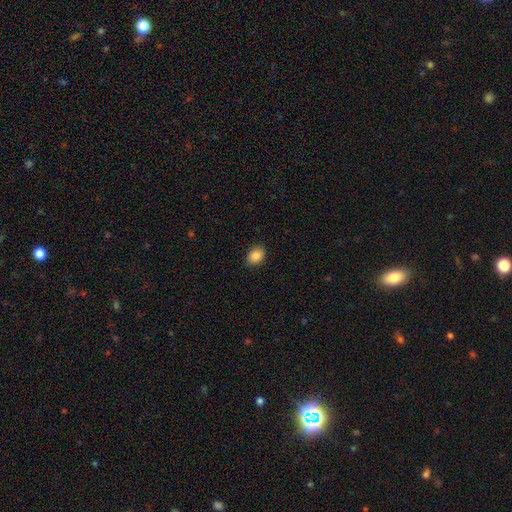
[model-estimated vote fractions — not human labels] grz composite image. It shows a smooth galaxy with no disk features (87%) that is in between round and cigar-shaped (69%). Merging: none (88%).